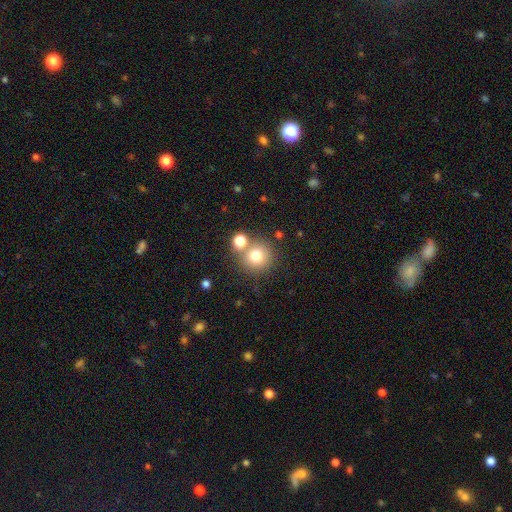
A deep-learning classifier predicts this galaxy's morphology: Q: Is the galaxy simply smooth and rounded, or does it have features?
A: smooth — 76%.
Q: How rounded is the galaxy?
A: round — 93%.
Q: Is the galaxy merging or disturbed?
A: none — 68%.